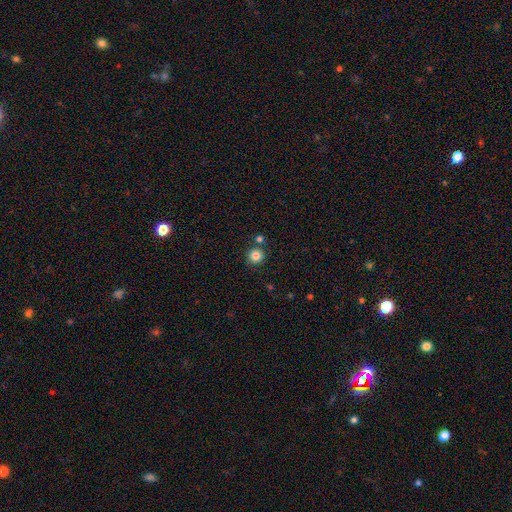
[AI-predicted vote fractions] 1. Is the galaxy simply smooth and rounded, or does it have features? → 84% smooth, 11% star or artifact, 5% featured or disk.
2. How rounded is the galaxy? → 94% round, 5% in between, 1% cigar-shaped.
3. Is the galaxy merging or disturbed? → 81% none, 9% merger, 7% minor disturbance, 2% major disturbance.